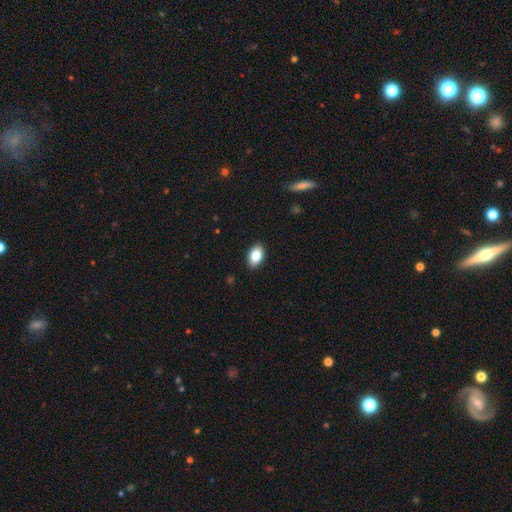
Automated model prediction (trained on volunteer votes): Morphology: type=smooth (84%); roundness=in between (90%); merging=none (89%).